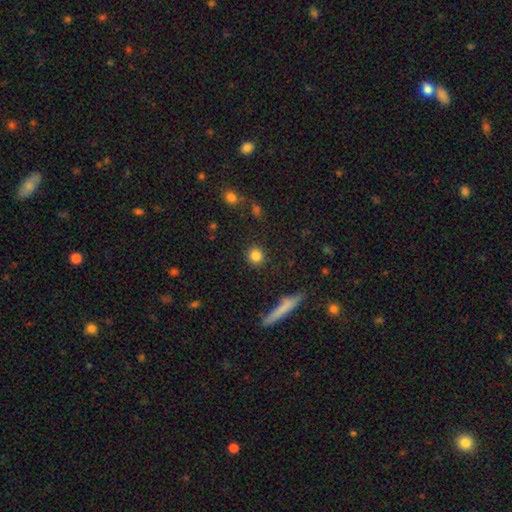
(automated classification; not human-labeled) Morphology: type=smooth (85%); roundness=round (89%); merging=none (89%).